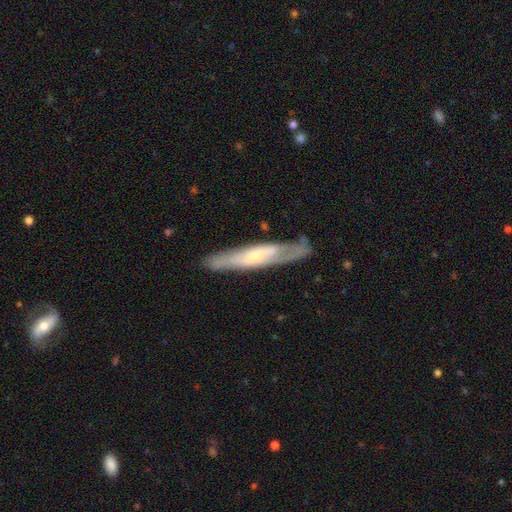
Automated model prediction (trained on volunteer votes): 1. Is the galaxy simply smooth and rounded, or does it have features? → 61% featured or disk, 34% smooth, 5% star or artifact.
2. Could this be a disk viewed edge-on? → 62% yes, 38% no.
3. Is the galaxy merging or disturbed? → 77% none, 17% minor disturbance, 5% major disturbance, 2% merger.